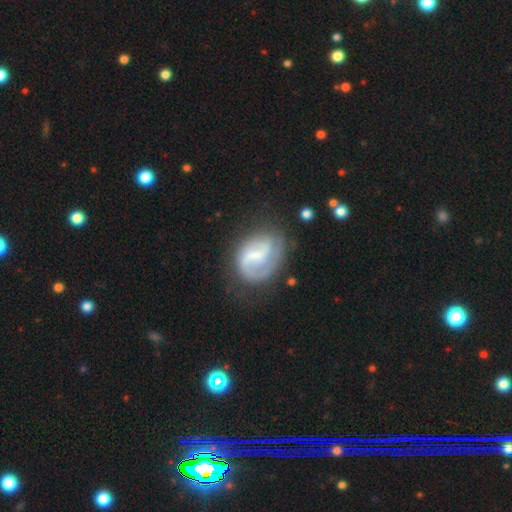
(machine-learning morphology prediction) Smooth or featured?
  - featured or disk: 74% *
  - smooth: 20%
  - star or artifact: 7%
Edge-on disk?
  - no: 98% *
  - yes: 2%
Bar?
  - weak: 52% *
  - no: 28%
  - strong: 20%
Spiral arms?
  - yes: 89% *
  - no: 11%
Spiral winding?
  - medium: 44% *
  - loose: 31%
  - tight: 25%
Spiral arm count?
  - 2: 61% *
  - 1: 22%
  - can't tell: 11%
  - 3: 3%
  - 4: 1%
  - more than 4: 1%
Bulge size?
  - small: 41% *
  - none: 30%
  - moderate: 23%
  - large: 5%
  - dominant: 1%
Merging?
  - none: 60% *
  - minor disturbance: 21%
  - major disturbance: 16%
  - merger: 3%